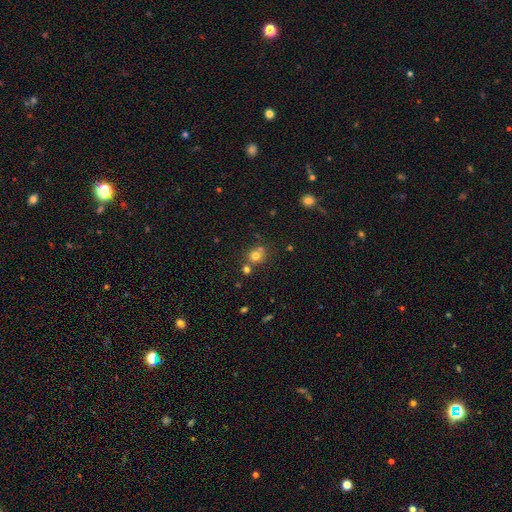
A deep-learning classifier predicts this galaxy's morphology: smooth 73%, star or artifact 17%, featured or disk 10%. Down the decision tree: how rounded — round (84%); merging — none (58%).